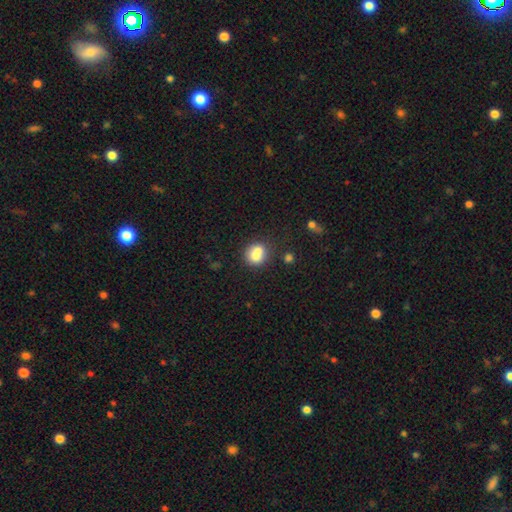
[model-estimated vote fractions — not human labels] This is likely a smooth galaxy (73%). How rounded: likely round (76%). Merging: marginally merger (45%).